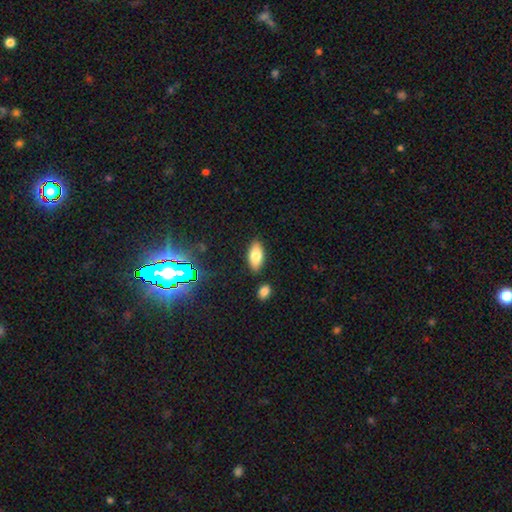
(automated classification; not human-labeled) Q: Smooth or featured?
A: smooth (77%); runner-up: featured or disk (13%)
Q: How rounded?
A: in between (89%); runner-up: cigar-shaped (7%)
Q: Merging?
A: none (84%); runner-up: minor disturbance (10%)